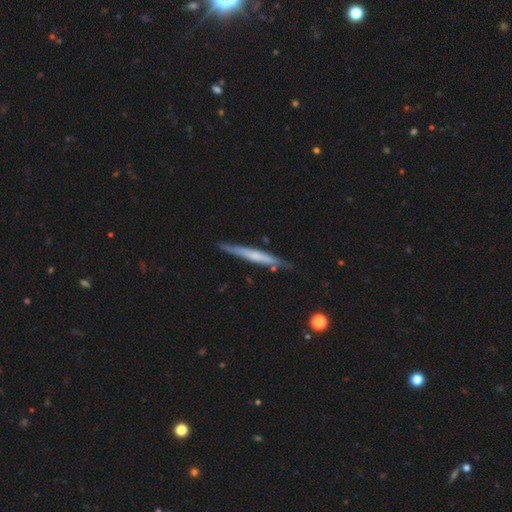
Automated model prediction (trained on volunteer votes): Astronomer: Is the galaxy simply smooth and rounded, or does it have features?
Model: featured or disk — 51% (runner-up: smooth, 44%).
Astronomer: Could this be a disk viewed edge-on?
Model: yes — 94%.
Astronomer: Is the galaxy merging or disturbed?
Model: none — 80%.